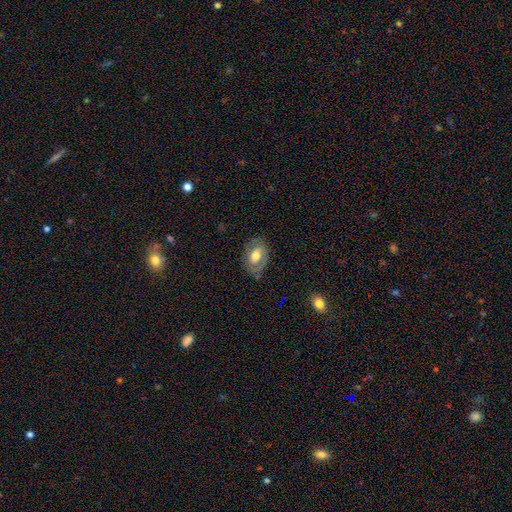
Q: Smooth or featured?
A: smooth (50%); runner-up: featured or disk (48%)
Q: How rounded?
A: in between (85%); runner-up: round (15%)
Q: Merging?
A: none (59%); runner-up: minor disturbance (38%)